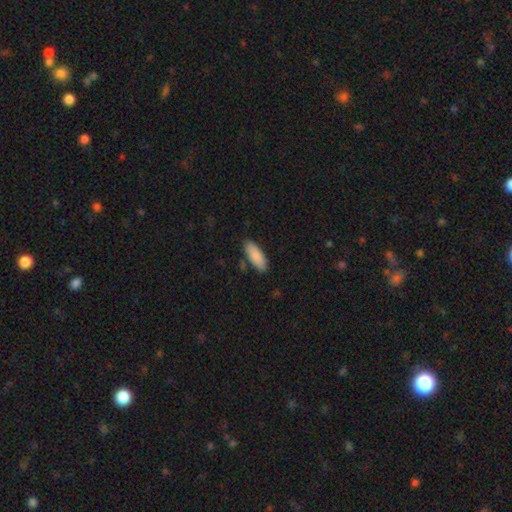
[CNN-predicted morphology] Overall: smooth (87%). How rounded: in between (71%). Merging: none (83%).